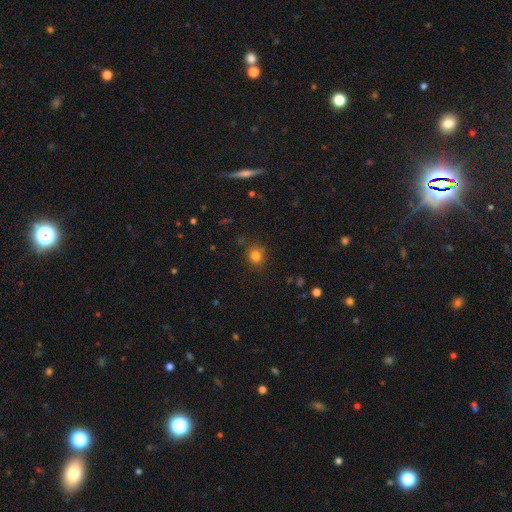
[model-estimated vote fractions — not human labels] A smooth galaxy with no disk features (81%) that is round (86%).

Vote fractions:
- Smooth or featured? smooth: 81% / star or artifact: 14% / featured or disk: 6%
- How rounded? round: 86% / in between: 13% / cigar-shaped: 1%
- Merging? none: 86% / minor disturbance: 9% / major disturbance: 3% / merger: 2%